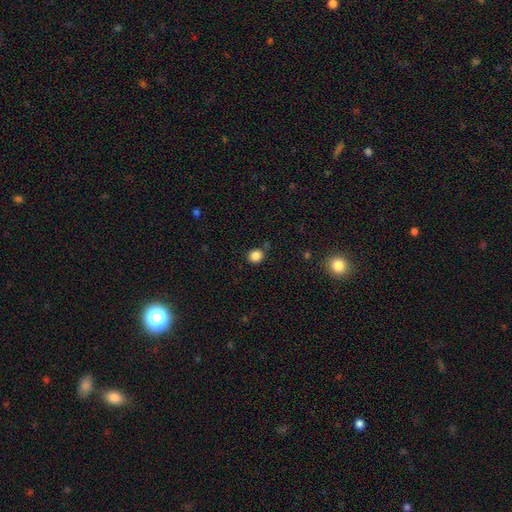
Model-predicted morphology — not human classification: Smooth or featured: smooth — 85% (star or artifact — 12%)
How rounded: round — 85% (in between — 14%)
Merging: none — 80% (minor disturbance — 12%)